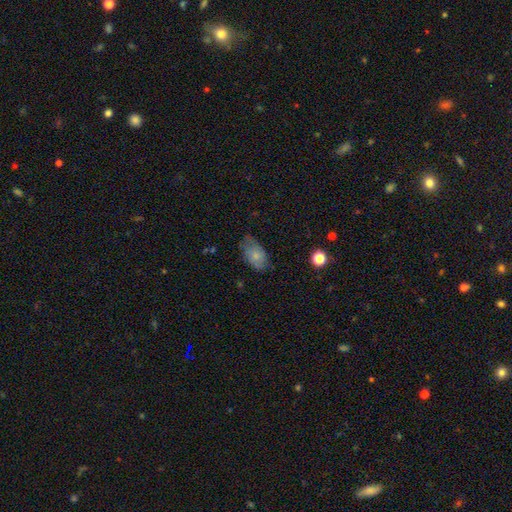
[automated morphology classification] Smooth or featured? Predicted: smooth (p=0.74). How rounded? Predicted: in between (p=0.90). Merging? Predicted: none (p=0.59).